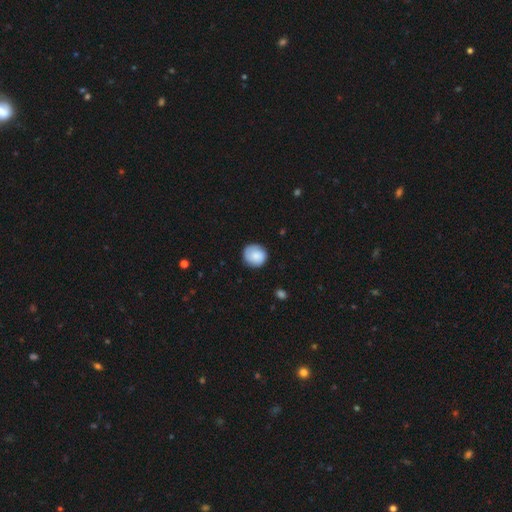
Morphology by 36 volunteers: smooth_or_featured: smooth (p=0.78) [alt: featured or disk p=0.22]
how_rounded: round (p=0.96) [alt: in between p=0.04]
merging: none (p=0.89) [alt: minor disturbance p=0.06]